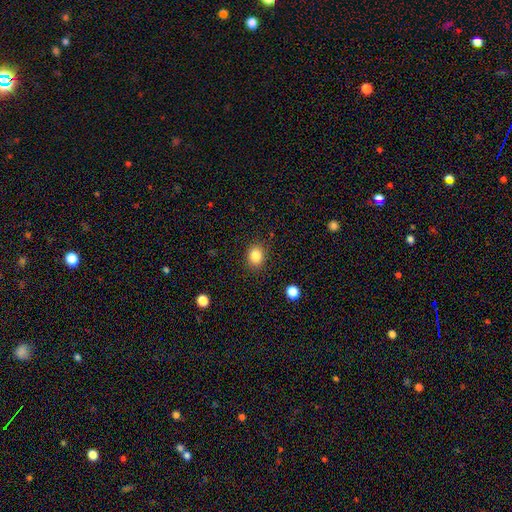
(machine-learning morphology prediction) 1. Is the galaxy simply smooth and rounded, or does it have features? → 84% smooth, 10% star or artifact, 5% featured or disk.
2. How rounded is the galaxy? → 59% round, 41% in between, 1% cigar-shaped.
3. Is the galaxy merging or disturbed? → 86% none, 10% minor disturbance, 3% major disturbance, 1% merger.